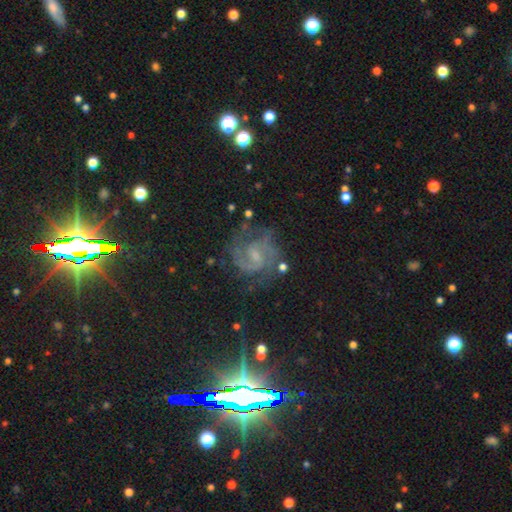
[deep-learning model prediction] This appears to be a featured or disk galaxy (73%) with a weak bar (57%), 2 (67%) medium (53%) spiral arms (95%) and a small central bulge (54%). Merging: none (70%).